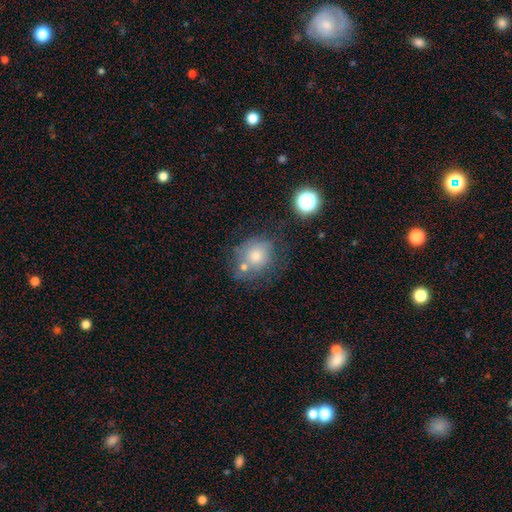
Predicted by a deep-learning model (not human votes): This appears to be a smooth galaxy with no disk features (65%) that is round (76%). Merging: none (55%).